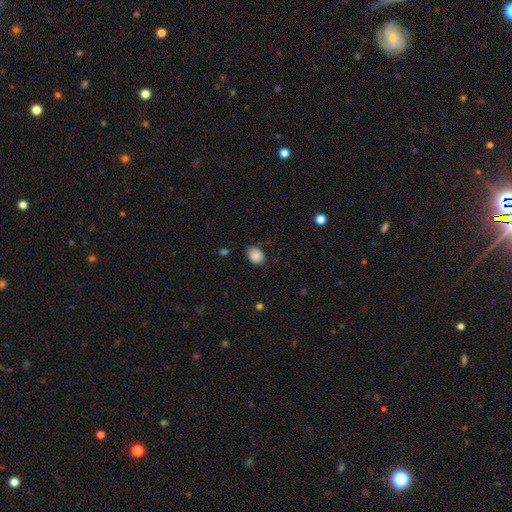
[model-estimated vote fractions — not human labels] Morphology: type=smooth (87%); roundness=in between (55%); merging=none (77%).